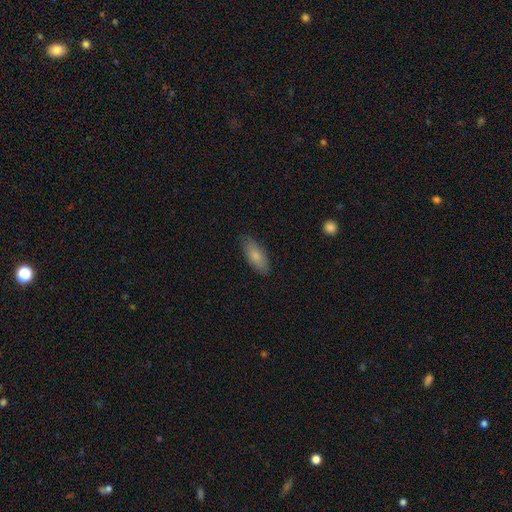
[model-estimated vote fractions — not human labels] This is clearly a smooth galaxy (80%). How rounded: likely in between (76%). Merging: clearly none (83%).